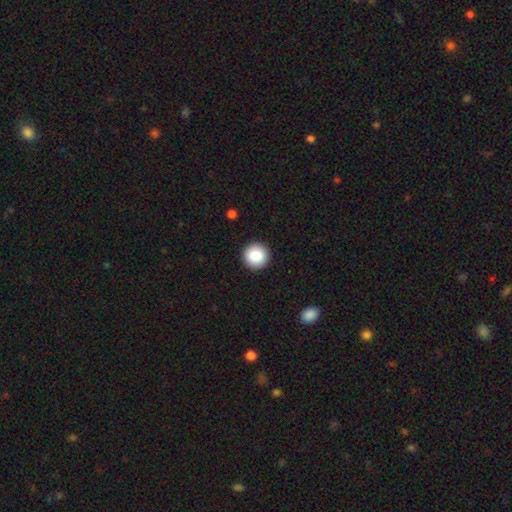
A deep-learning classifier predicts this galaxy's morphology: This is clearly a smooth galaxy (87%). How rounded: clearly round (96%). Merging: clearly none (93%).